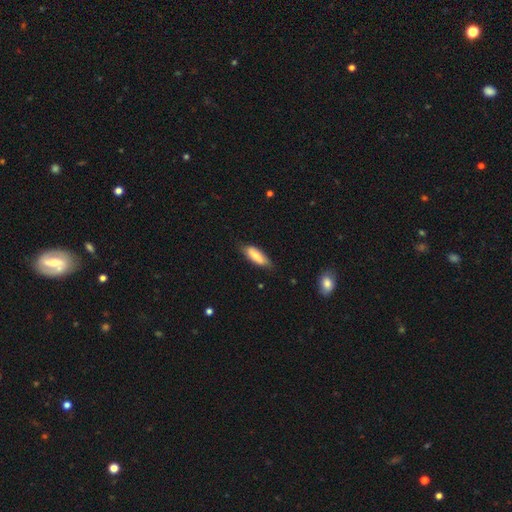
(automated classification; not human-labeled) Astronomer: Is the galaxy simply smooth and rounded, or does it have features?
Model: smooth — 76%.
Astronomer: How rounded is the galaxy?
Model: in between — 59% (runner-up: cigar-shaped, 39%).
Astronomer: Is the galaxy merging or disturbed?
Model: none — 73%.